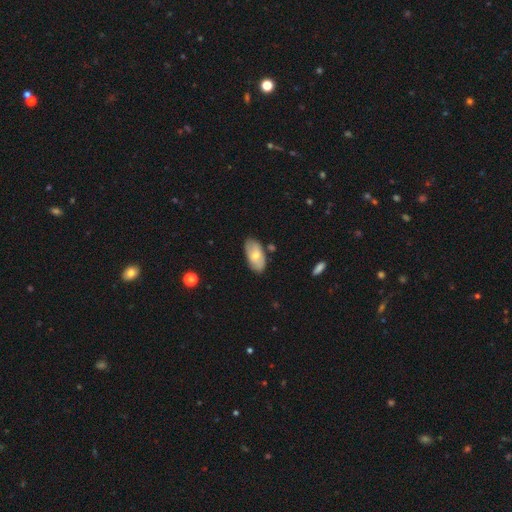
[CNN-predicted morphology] Smooth or featured? Predicted: smooth (p=0.60). How rounded? Predicted: in between (p=0.93). Merging? Predicted: none (p=0.74).